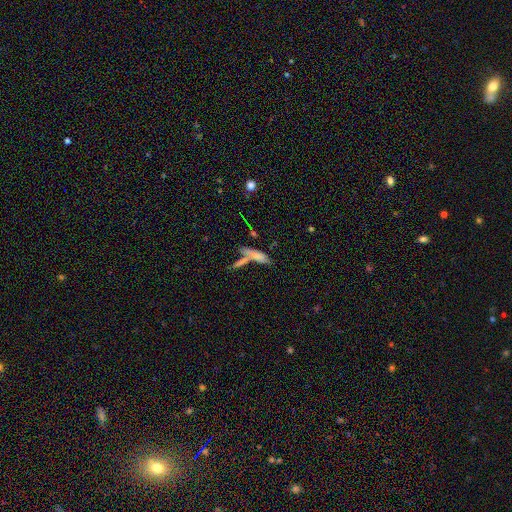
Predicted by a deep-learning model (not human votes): Smooth or featured: smooth — 61% (featured or disk — 28%)
How rounded: cigar-shaped — 64% (in between — 33%)
Merging: merger — 45% (none — 38%)